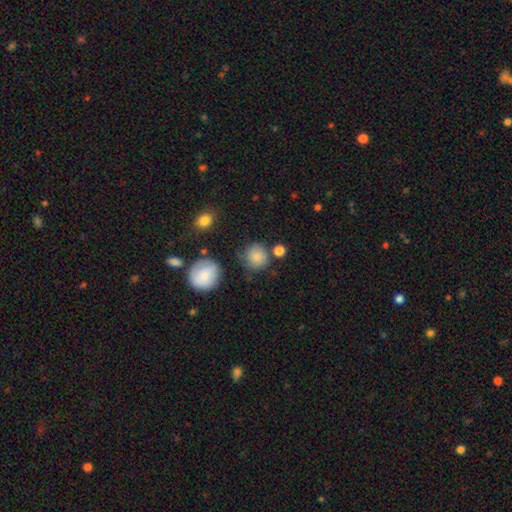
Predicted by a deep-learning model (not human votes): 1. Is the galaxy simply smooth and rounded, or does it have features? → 84% smooth, 10% star or artifact, 6% featured or disk.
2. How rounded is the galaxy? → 90% round, 9% in between, 1% cigar-shaped.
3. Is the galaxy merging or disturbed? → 74% none, 15% minor disturbance, 7% merger, 5% major disturbance.